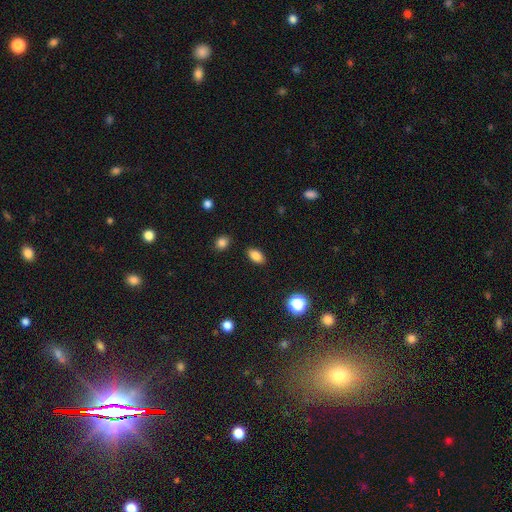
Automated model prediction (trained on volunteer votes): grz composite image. It shows a smooth galaxy with no disk features (85%) that is in between round and cigar-shaped (89%). Merging: none (88%).